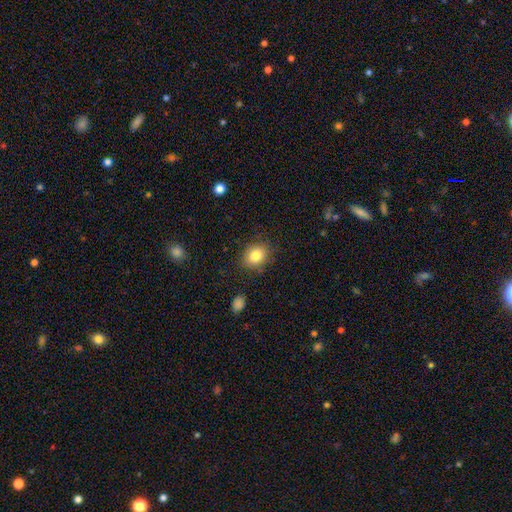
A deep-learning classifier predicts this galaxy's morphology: This is clearly a smooth galaxy (83%). How rounded: possibly in between (55%). Merging: clearly none (83%).